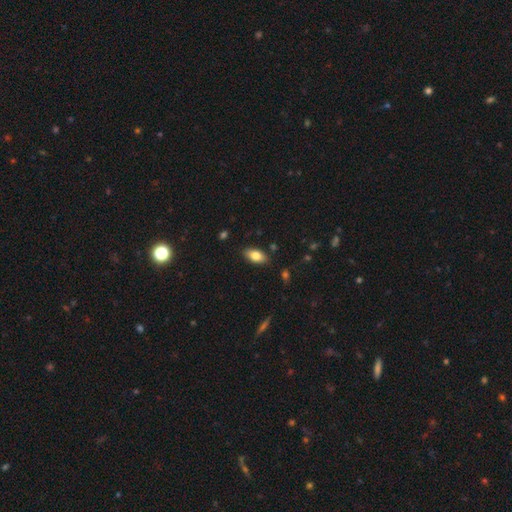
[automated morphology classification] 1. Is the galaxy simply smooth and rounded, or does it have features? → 80% smooth, 13% featured or disk, 7% star or artifact.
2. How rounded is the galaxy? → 90% in between, 7% cigar-shaped, 3% round.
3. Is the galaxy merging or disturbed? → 86% none, 10% minor disturbance, 2% major disturbance, 2% merger.